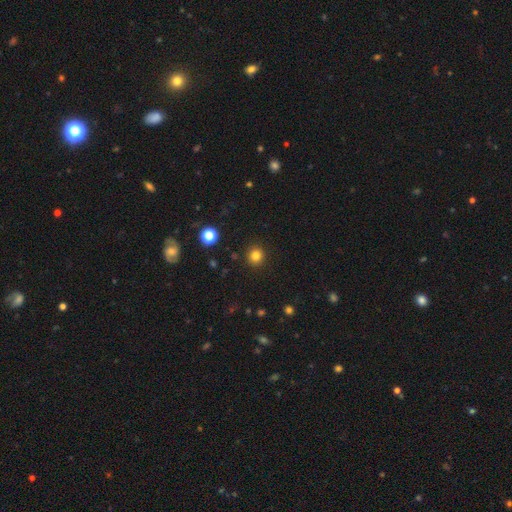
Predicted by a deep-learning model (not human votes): smooth 81%, star or artifact 14%, featured or disk 5%. Down the decision tree: how rounded — round (93%); merging — none (92%).